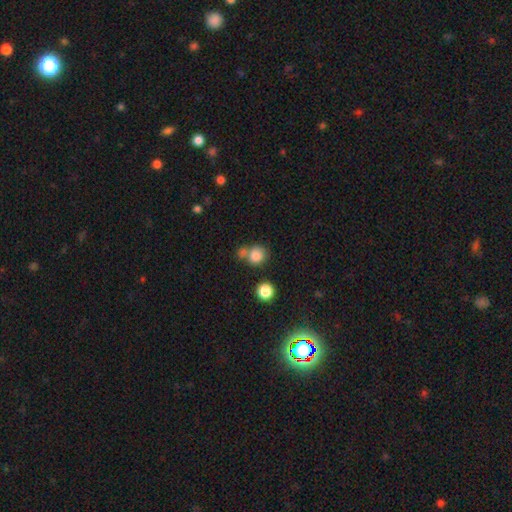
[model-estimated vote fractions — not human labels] A smooth galaxy with no disk features (82%) that is round (82%). Merging: none (51%).